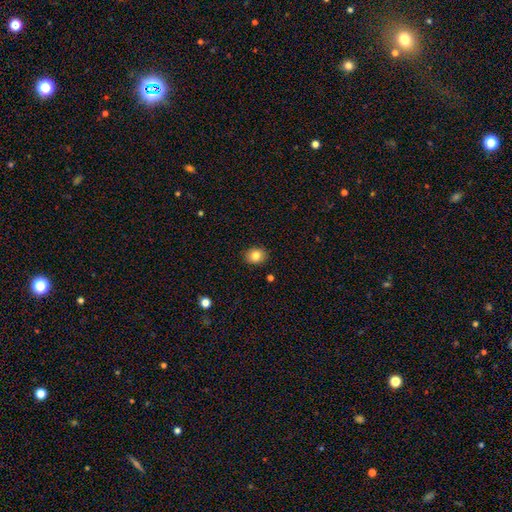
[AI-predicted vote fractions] A smooth galaxy with no disk features (82%) that is round (57%). Merging: none (89%).